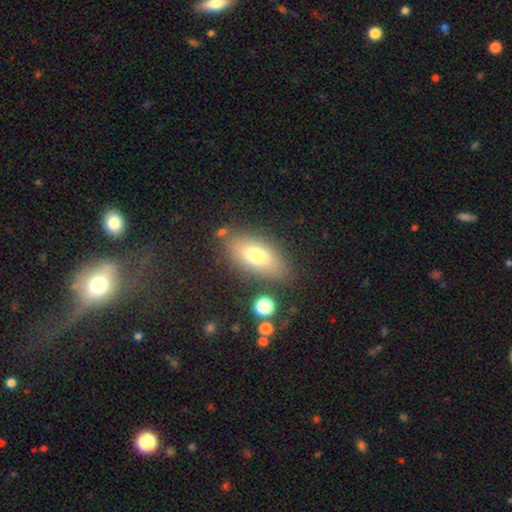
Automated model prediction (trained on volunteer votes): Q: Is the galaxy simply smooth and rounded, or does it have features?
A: smooth — 72%.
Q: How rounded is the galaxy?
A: in between — 84%.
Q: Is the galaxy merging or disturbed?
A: none — 76%.